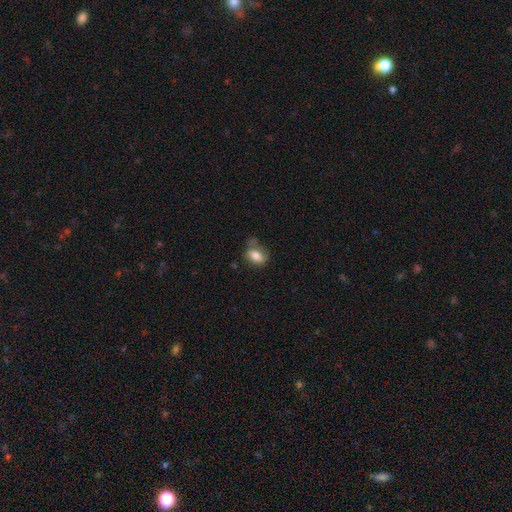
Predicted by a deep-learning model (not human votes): Overall: smooth (76%). How rounded: in between (82%). Merging: none (47%; minor disturbance 31%).